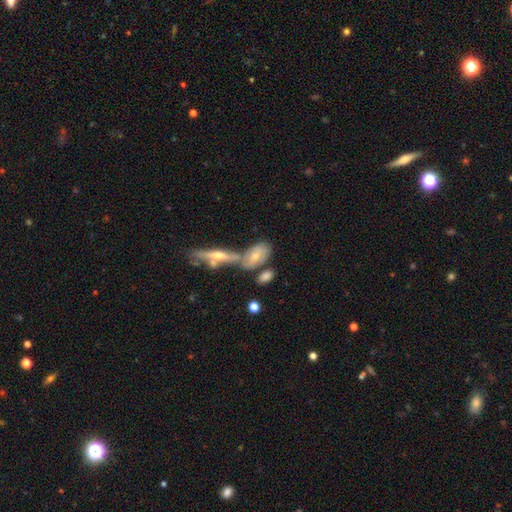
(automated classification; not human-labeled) The model was most divided on "merging": none: 42%, merger: 36%, minor disturbance: 16%, major disturbance: 6%. More confident: how rounded — in between (82%); smooth or featured — smooth (52%).